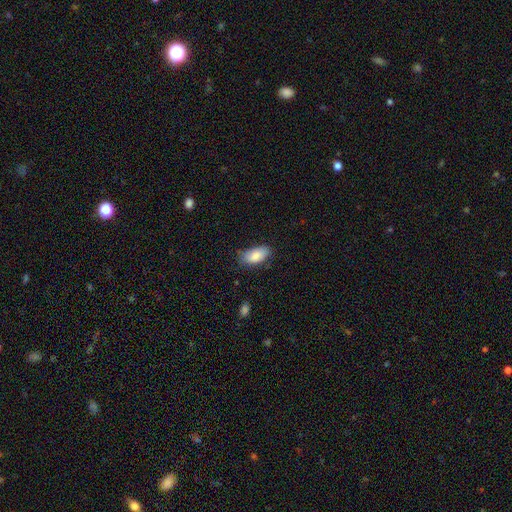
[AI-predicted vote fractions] Morphology: type=smooth (83%); roundness=in between (93%); merging=none (69%).